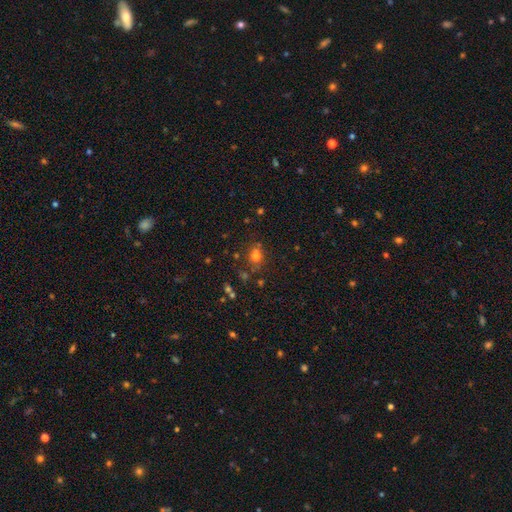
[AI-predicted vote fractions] Overall: smooth (73%). How rounded: in between (54%; round 44%). Merging: none (71%).